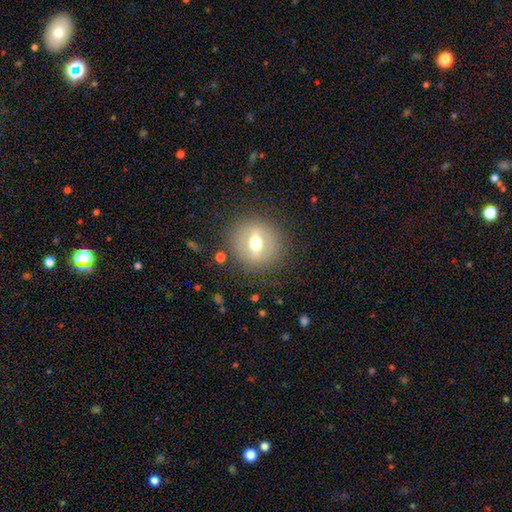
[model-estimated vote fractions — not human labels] The model was most divided on "smooth or featured": smooth: 49%, star or artifact: 29%, featured or disk: 22%. More confident: merging — none (88%).